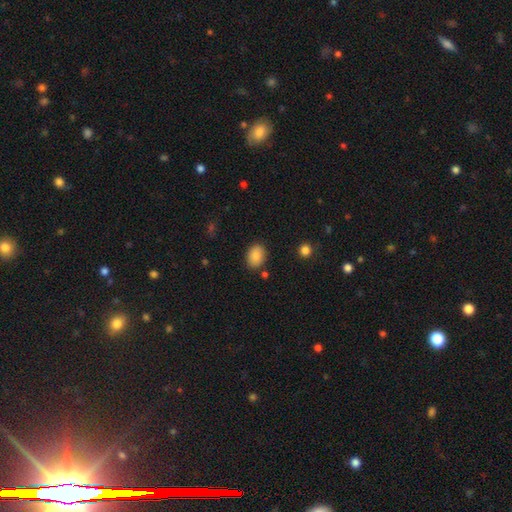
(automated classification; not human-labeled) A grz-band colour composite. It shows a smooth galaxy with no disk features (86%) that is in between round and cigar-shaped (75%). Merging: none (84%).